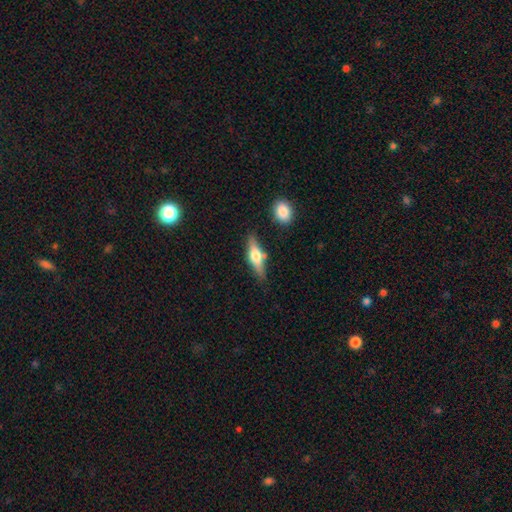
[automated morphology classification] Overall: featured or disk (51%; smooth 43%). Edge-on disk: yes (92%). Merging: none (76%).